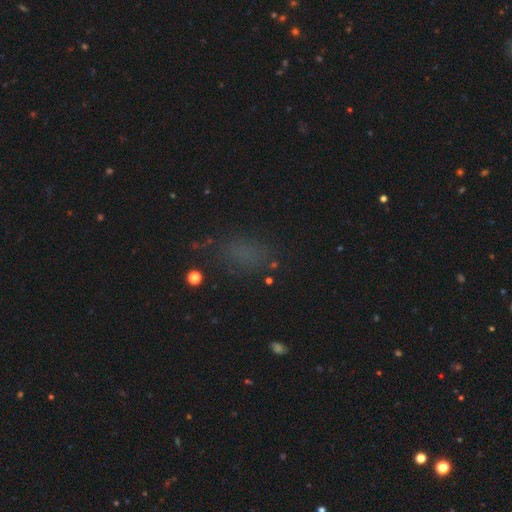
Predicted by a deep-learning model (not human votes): Q: Smooth or featured?
A: smooth (59%); runner-up: star or artifact (30%)
Q: How rounded?
A: in between (75%); runner-up: round (20%)
Q: Merging?
A: none (65%); runner-up: minor disturbance (19%)